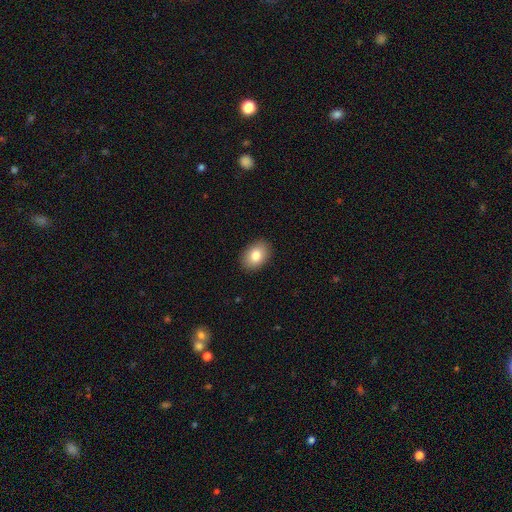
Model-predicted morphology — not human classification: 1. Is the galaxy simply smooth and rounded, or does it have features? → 82% smooth, 10% featured or disk, 8% star or artifact.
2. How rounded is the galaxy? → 81% in between, 18% round, 1% cigar-shaped.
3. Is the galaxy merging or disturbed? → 90% none, 7% minor disturbance, 2% major disturbance, 1% merger.